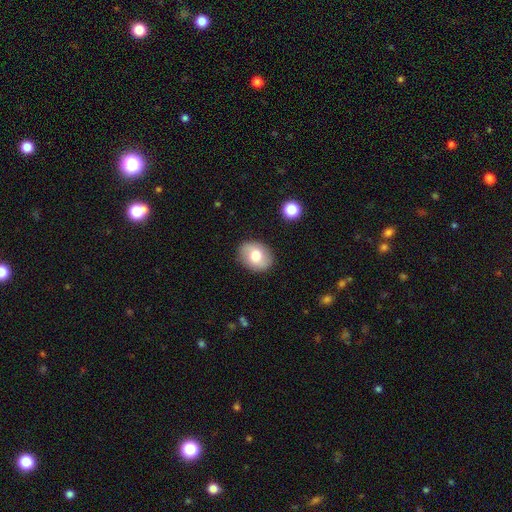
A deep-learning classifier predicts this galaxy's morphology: This is likely a smooth galaxy (70%). How rounded: possibly in between (60%). Merging: clearly none (86%).